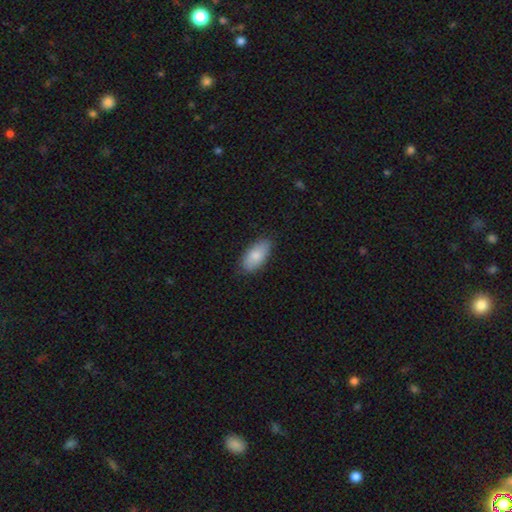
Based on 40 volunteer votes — Volunteers were most divided on "merging": none: 79%, minor disturbance: 16%, major disturbance: 5%, merger: 0%. More confident: smooth or featured — smooth (92%); how rounded — in between (84%).